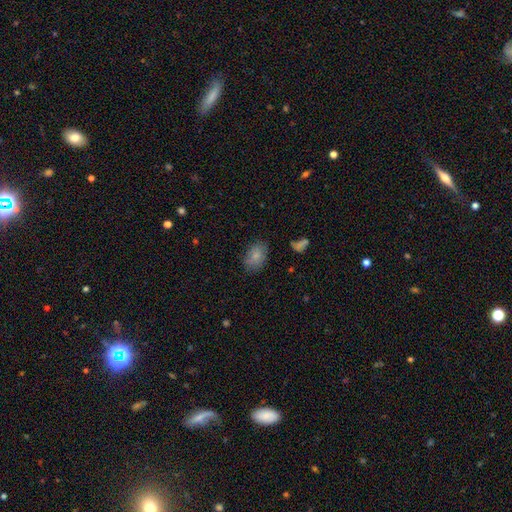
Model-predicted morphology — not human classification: smooth 82%, featured or disk 10%, star or artifact 8%. Down the decision tree: how rounded — in between (86%); merging — none (75%).